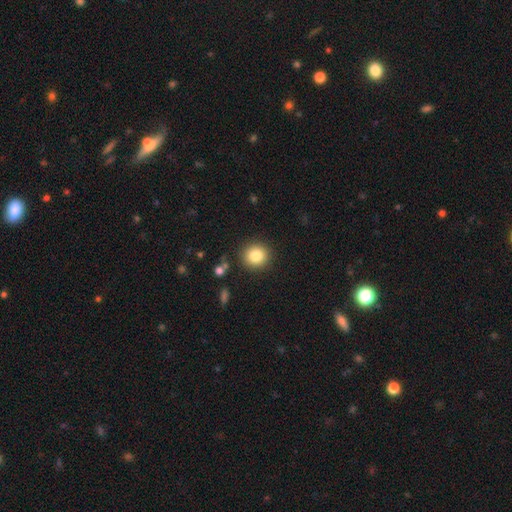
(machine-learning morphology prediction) smooth 83%, star or artifact 10%, featured or disk 7%. Down the decision tree: how rounded — round (90%); merging — none (89%).